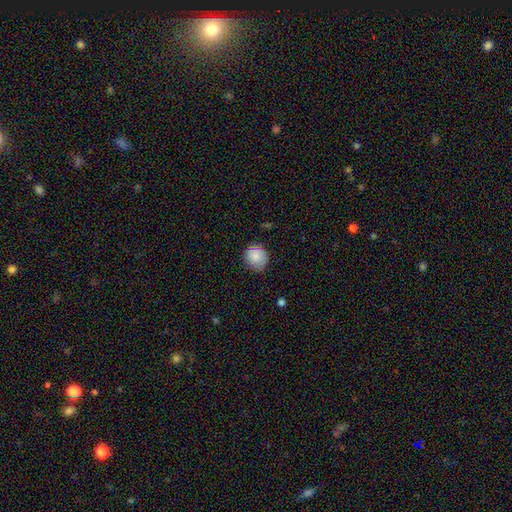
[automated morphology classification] Overall: smooth (84%). How rounded: round (82%). Merging: none (78%).